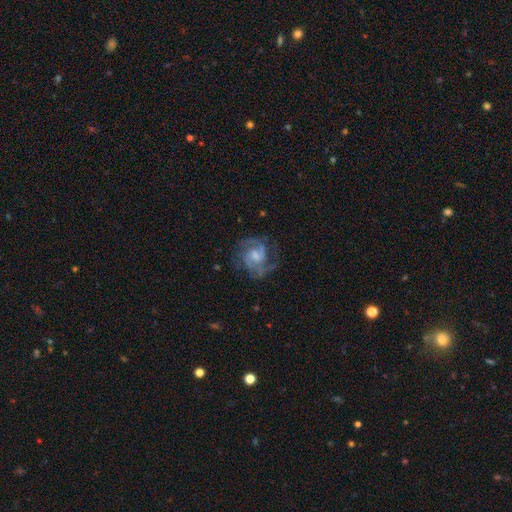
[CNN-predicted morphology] Smooth or featured? Predicted: featured or disk (p=0.85). Edge-on disk? Predicted: no (p=0.98). Bar? Predicted: weak (p=0.52). Spiral arms? Predicted: yes (p=0.96). Spiral winding? Predicted: medium (p=0.53). Spiral arm count? Predicted: 2 (p=0.70). Bulge size? Predicted: moderate (p=0.40, tied with small). Merging? Predicted: none (p=0.66).